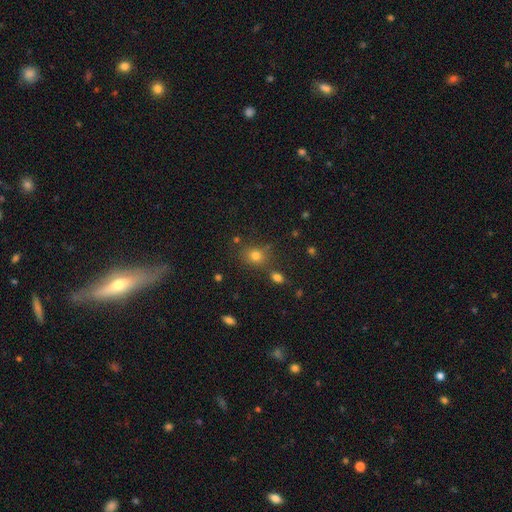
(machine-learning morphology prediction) The model was most divided on "how rounded": round: 66%, in between: 33%, cigar-shaped: 1%. More confident: smooth or featured — smooth (74%); merging — none (73%).